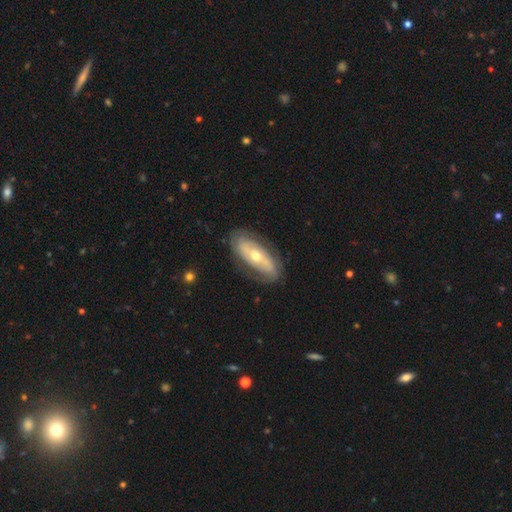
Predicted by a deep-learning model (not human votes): Overall: featured or disk (67%). Edge-on disk: no (84%). Bar: no (55%; weak 24%). Spiral arms: yes (67%; no 33%). Bulge size: moderate (59%; small 36%). Merging: none (79%).